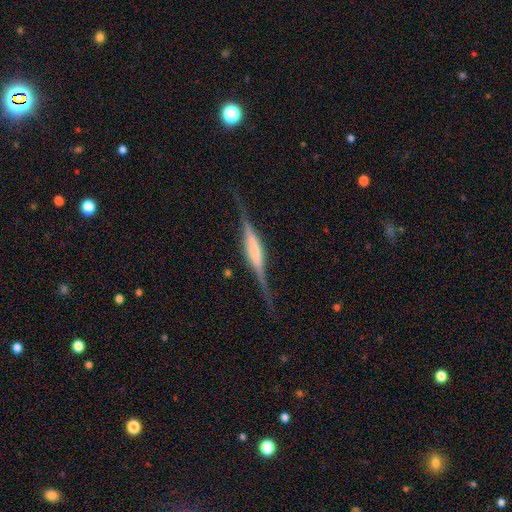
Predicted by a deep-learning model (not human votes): Overall: featured or disk (81%). Edge-on disk: yes (97%). Edge-on bulge: boxy (45%; rounded 38%). Merging: none (79%).